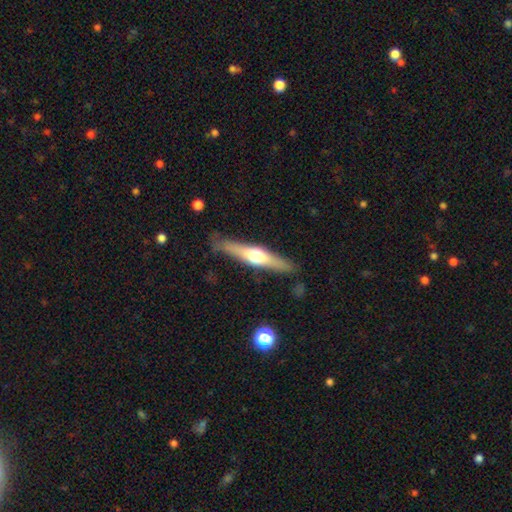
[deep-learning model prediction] A featured or disk galaxy (60%) viewed edge-on (94%) with a rounded central bulge (93%).

Vote fractions:
- Smooth or featured? featured or disk: 60% / smooth: 35% / star or artifact: 5%
- Edge-on disk? yes: 94% / no: 6%
- Edge-on bulge? rounded: 93% / boxy: 3% / none: 3%
- Merging? none: 84% / minor disturbance: 11% / major disturbance: 3% / merger: 2%